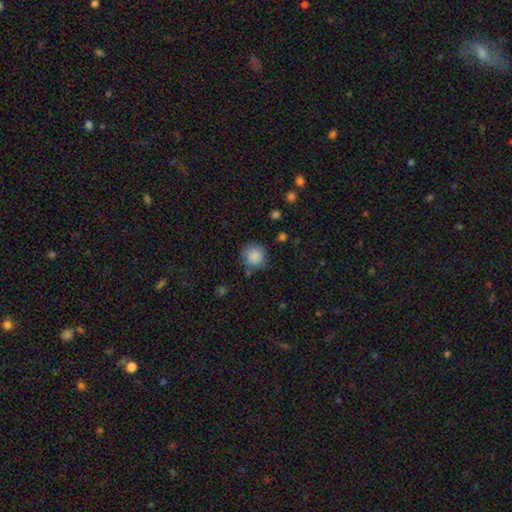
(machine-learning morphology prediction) The model was most divided on "merging": none: 80%, minor disturbance: 14%, major disturbance: 4%, merger: 3%. More confident: how rounded — round (88%); smooth or featured — smooth (87%).